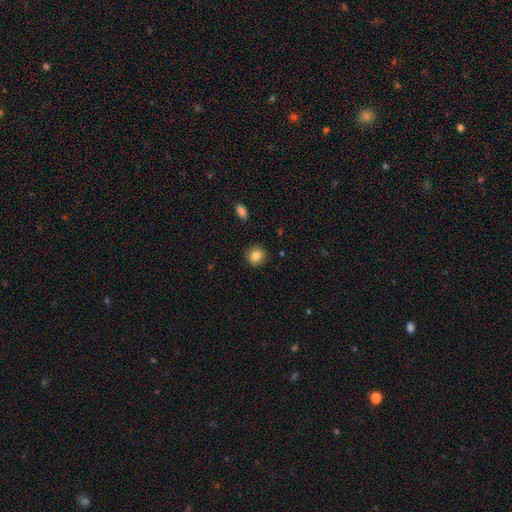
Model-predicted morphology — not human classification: type=smooth (83%); roundness=round (86%); merging=none (90%).